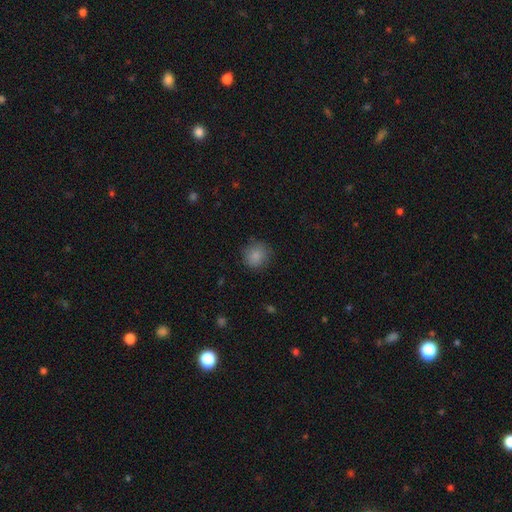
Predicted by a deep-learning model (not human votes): Overall: smooth (86%). How rounded: round (87%). Merging: none (83%).